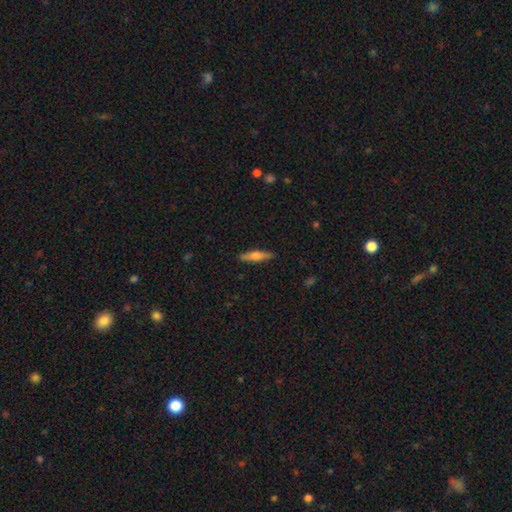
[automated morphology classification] smooth 58%, featured or disk 36%, star or artifact 6%. Down the decision tree: how rounded — cigar-shaped (80%); merging — none (89%).